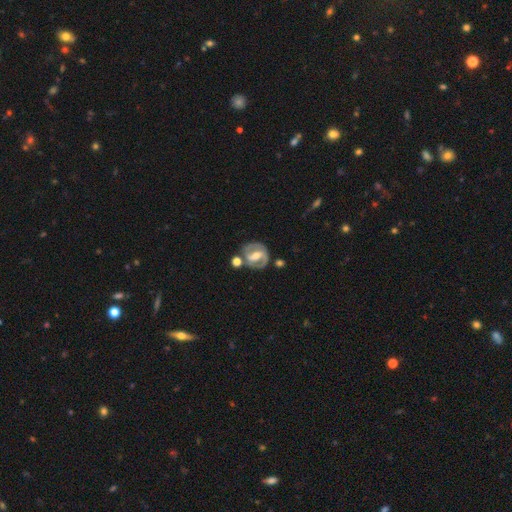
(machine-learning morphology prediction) The model was most divided on "spiral winding": tight: 45%, medium: 43%, loose: 12%. Remaining: edge-on disk — no (96%); spiral arms — yes (83%); spiral arm count — 2 (82%); smooth or featured — featured or disk (78%); merging — none (67%); bulge size — moderate (62%); bar — strong (49%).